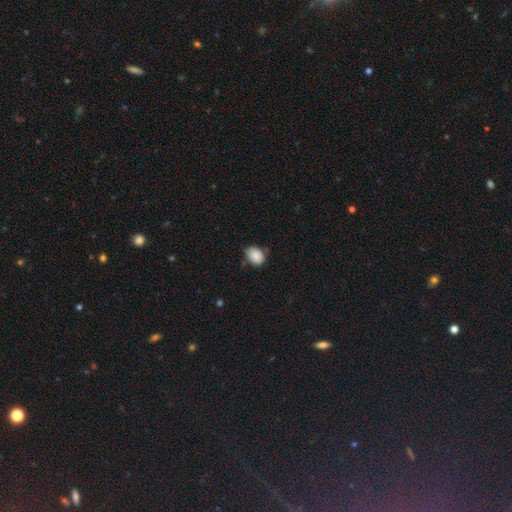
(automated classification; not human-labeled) Smooth or featured: smooth — 88% (star or artifact — 8%)
How rounded: in between — 70% (round — 29%)
Merging: none — 65% (minor disturbance — 27%)